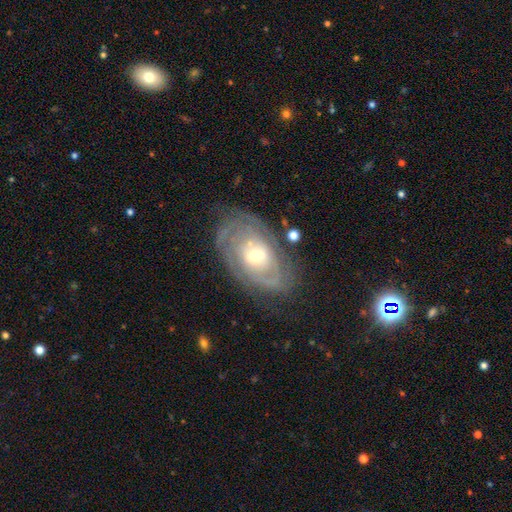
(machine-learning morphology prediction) Q: Smooth or featured?
A: featured or disk (80%); runner-up: smooth (14%)
Q: Edge-on disk?
A: no (94%); runner-up: yes (6%)
Q: Bar?
A: no (62%); runner-up: weak (30%)
Q: Spiral arms?
A: yes (86%); runner-up: no (14%)
Q: Spiral winding?
A: tight (69%); runner-up: medium (23%)
Q: Spiral arm count?
A: can't tell (46%); runner-up: 2 (25%)
Q: Bulge size?
A: moderate (56%); runner-up: small (37%)
Q: Merging?
A: none (70%); runner-up: minor disturbance (18%)